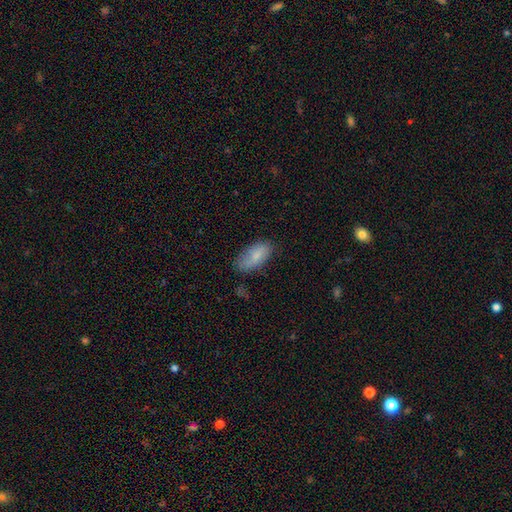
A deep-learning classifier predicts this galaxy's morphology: Smooth or featured: smooth — 80% (featured or disk — 14%)
How rounded: in between — 90% (cigar-shaped — 8%)
Merging: none — 70% (minor disturbance — 22%)